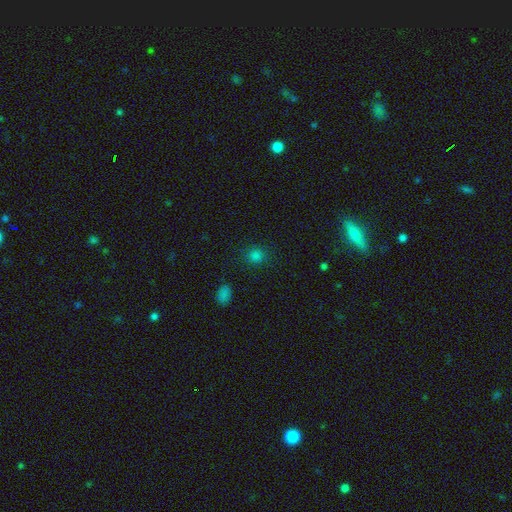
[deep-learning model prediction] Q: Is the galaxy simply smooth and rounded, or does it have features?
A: smooth — 79%.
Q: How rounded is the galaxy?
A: round — 83%.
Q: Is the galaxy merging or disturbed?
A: none — 87%.